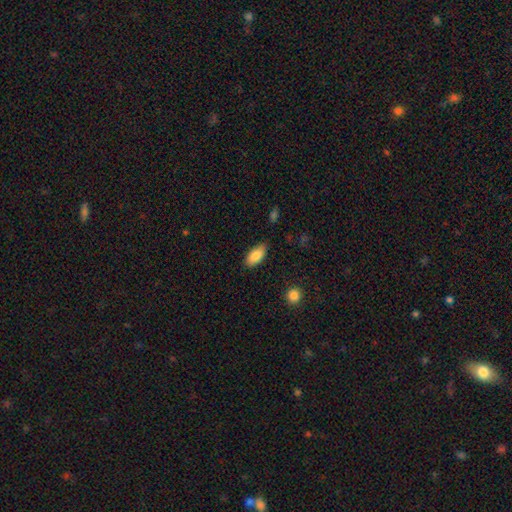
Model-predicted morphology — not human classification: Q: Smooth or featured?
A: smooth (86%); runner-up: featured or disk (7%)
Q: How rounded?
A: in between (90%); runner-up: cigar-shaped (7%)
Q: Merging?
A: none (83%); runner-up: minor disturbance (13%)